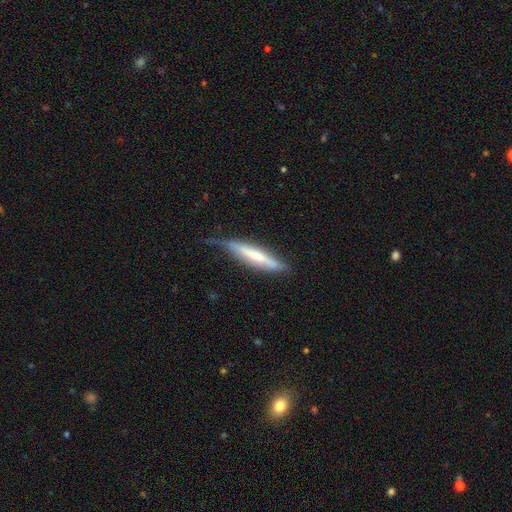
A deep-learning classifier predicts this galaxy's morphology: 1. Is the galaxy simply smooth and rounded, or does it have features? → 52% smooth, 42% featured or disk, 6% star or artifact.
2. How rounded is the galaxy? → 88% cigar-shaped, 11% in between, 1% round.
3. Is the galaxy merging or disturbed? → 53% none, 34% minor disturbance, 11% major disturbance, 2% merger.